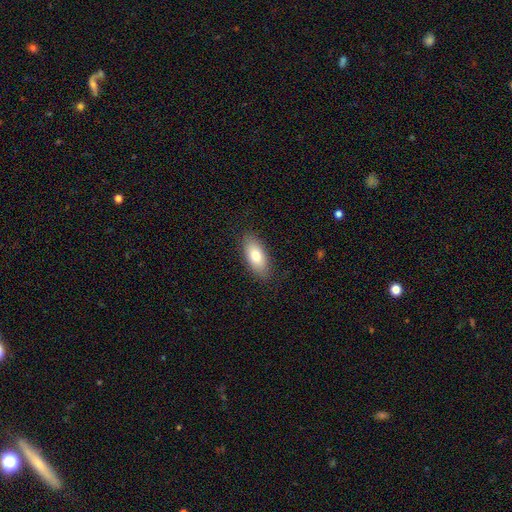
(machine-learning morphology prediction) smooth-or-featured: smooth: 79% | featured or disk: 15% | star or artifact: 6%
  how-rounded: in between: 86% | cigar-shaped: 12% | round: 2%
  merging: none: 86% | minor disturbance: 11% | major disturbance: 2% | merger: 1%